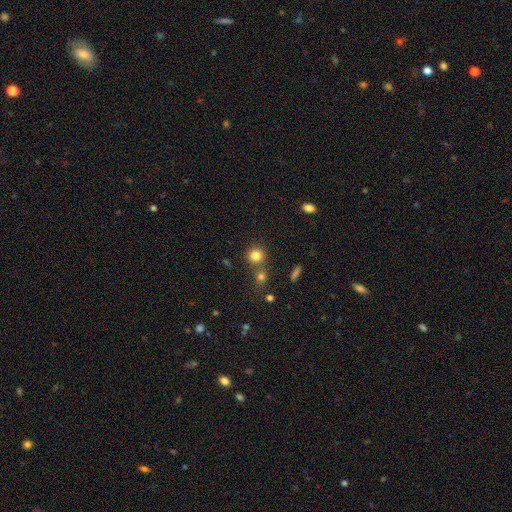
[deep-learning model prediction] Smooth or featured? smooth (80%)
How rounded? round (85%)
Merging? none (64%)